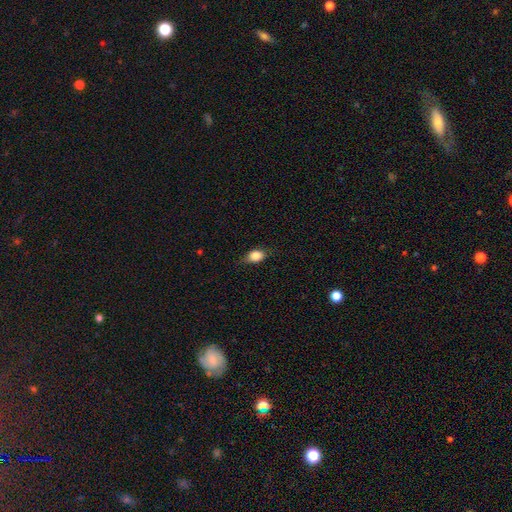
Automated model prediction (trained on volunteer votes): smooth 82%, featured or disk 10%, star or artifact 8%. Down the decision tree: how rounded — in between (71%); merging — none (71%).